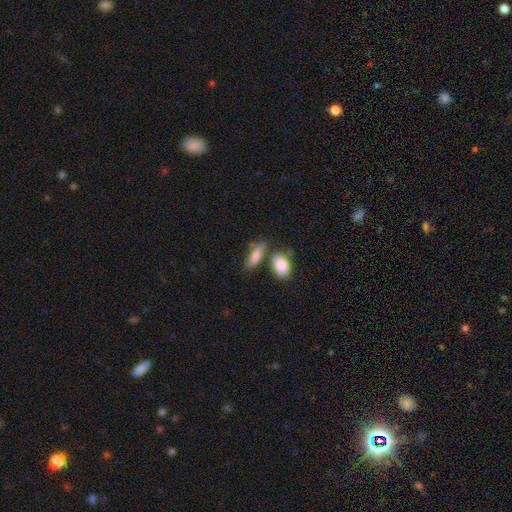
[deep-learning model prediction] Smooth or featured? smooth (82%)
How rounded? in between (71%)
Merging? none (57%)